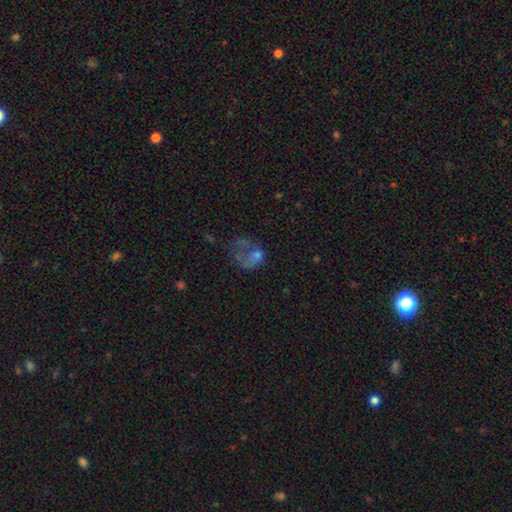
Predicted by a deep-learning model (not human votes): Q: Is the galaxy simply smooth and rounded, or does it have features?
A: smooth — 48%.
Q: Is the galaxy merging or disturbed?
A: major disturbance — 46%.